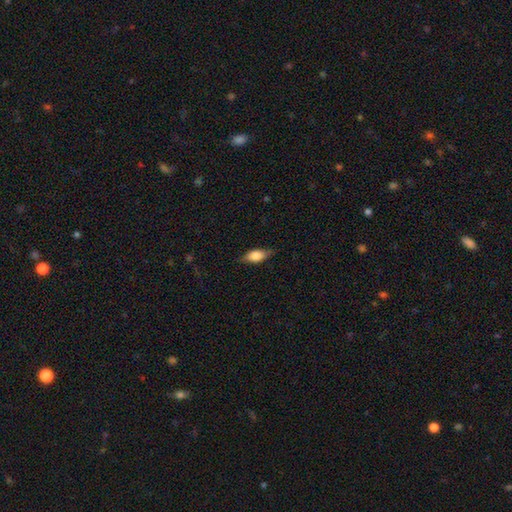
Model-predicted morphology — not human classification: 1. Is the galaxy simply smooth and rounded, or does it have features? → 72% smooth, 21% featured or disk, 7% star or artifact.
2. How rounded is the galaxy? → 81% in between, 14% cigar-shaped, 4% round.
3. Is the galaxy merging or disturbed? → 77% none, 18% minor disturbance, 4% major disturbance, 1% merger.